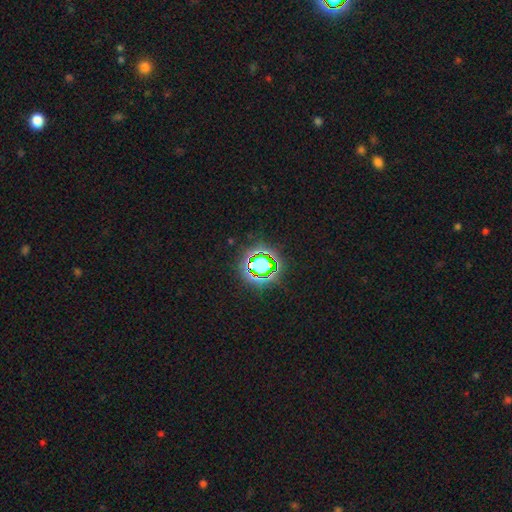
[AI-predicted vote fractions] smooth-or-featured: star or artifact: 78% | smooth: 14% | featured or disk: 7%